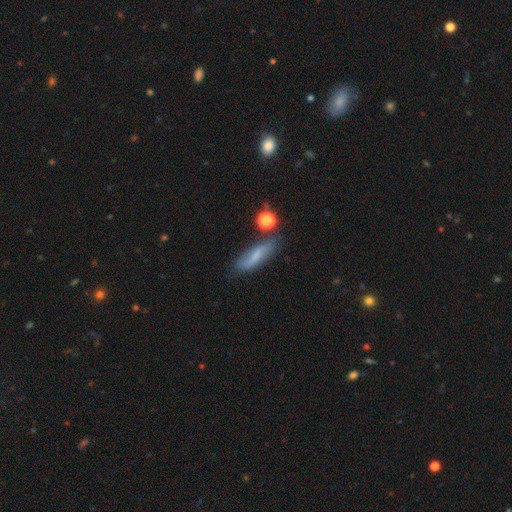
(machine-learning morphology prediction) Smooth or featured? smooth (58%)
How rounded? cigar-shaped (58%)
Merging? none (64%)